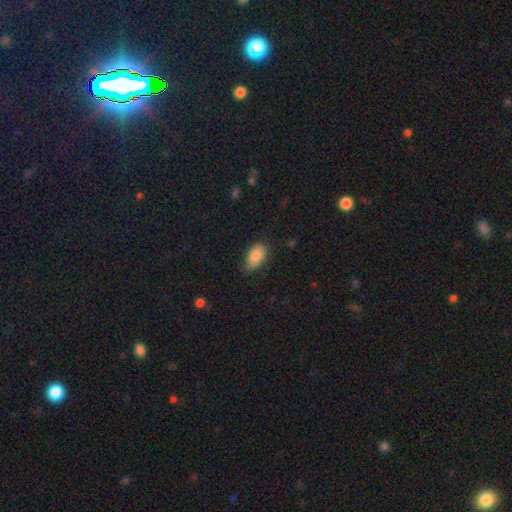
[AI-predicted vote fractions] This appears to be a smooth galaxy with no disk features (87%) that is in between round and cigar-shaped (92%). Merging: none (72%).